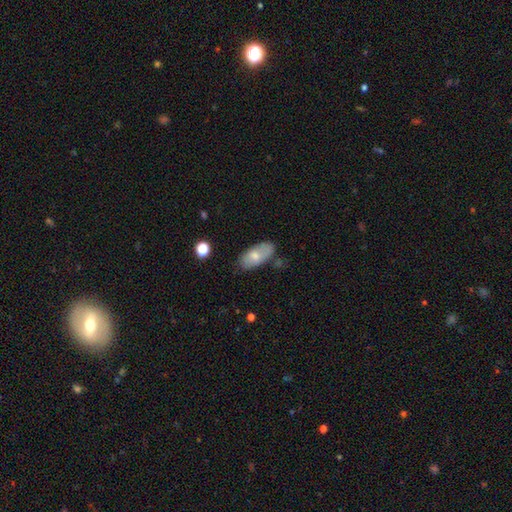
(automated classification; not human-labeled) smooth 71%, featured or disk 22%, star or artifact 7%. Down the decision tree: how rounded — in between (91%); merging — none (70%).